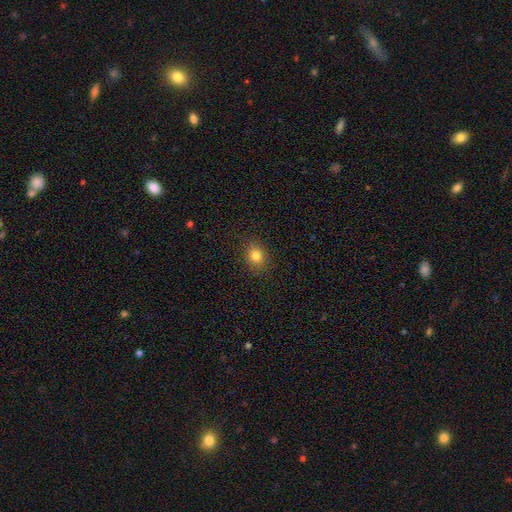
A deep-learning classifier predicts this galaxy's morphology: This appears to be a smooth galaxy with no disk features (82%) that is round (68%). Merging: none (88%).